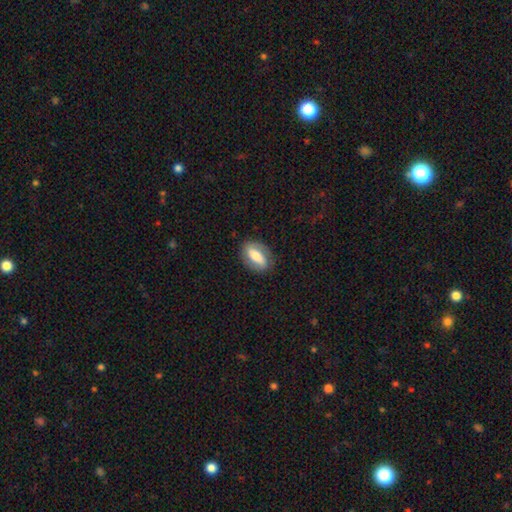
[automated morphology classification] Smooth or featured: featured or disk — 49% (smooth — 45%)
Merging: none — 82% (minor disturbance — 13%)